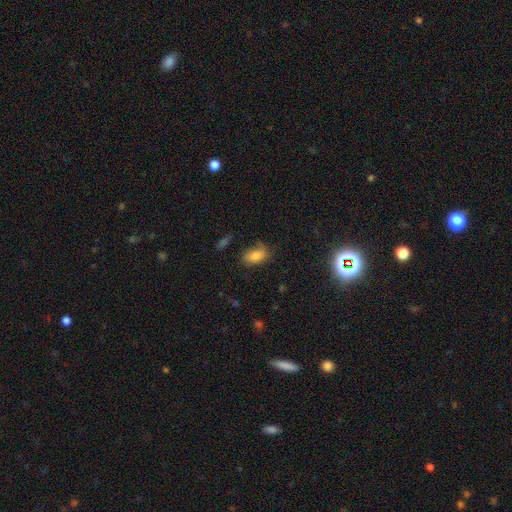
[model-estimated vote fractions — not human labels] Morphology: type=smooth (81%); roundness=in between (91%); merging=none (67%).